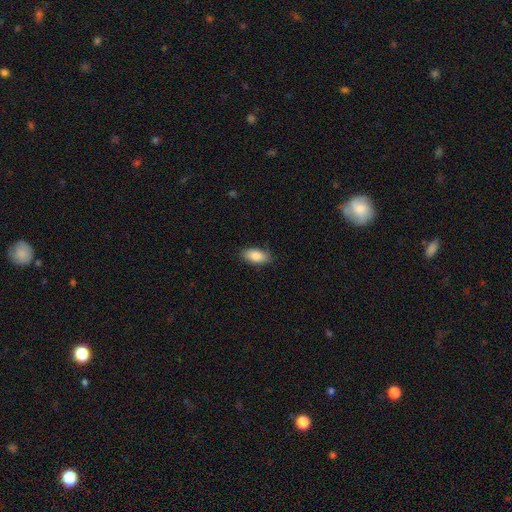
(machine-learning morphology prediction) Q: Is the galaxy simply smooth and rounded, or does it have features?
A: smooth — 86%.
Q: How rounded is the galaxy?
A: in between — 90%.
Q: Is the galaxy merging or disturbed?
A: none — 85%.